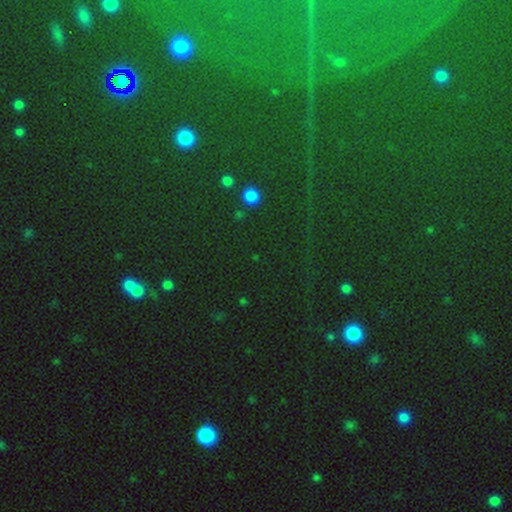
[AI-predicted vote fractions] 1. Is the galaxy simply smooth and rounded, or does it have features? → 78% star or artifact, 13% smooth, 9% featured or disk.